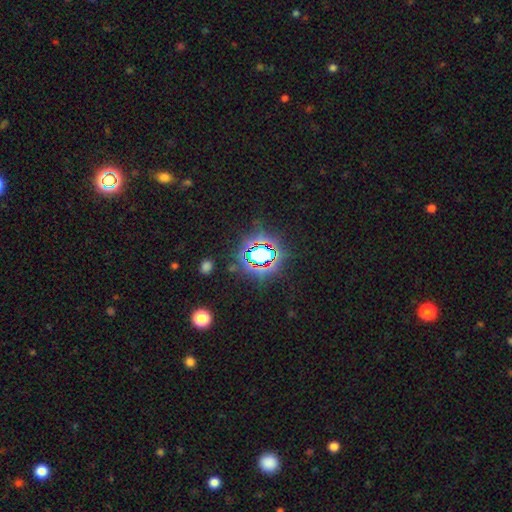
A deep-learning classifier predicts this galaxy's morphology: The model was most divided on "smooth or featured": star or artifact: 81%, smooth: 12%, featured or disk: 8%.